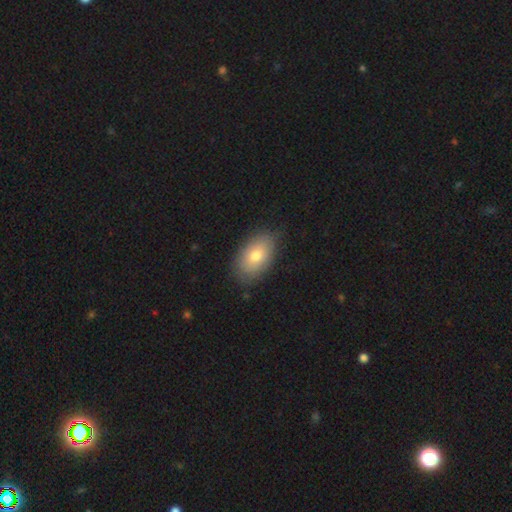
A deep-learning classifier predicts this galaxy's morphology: This appears to be a smooth galaxy with no disk features (74%) that is in between round and cigar-shaped (92%). Merging: none (79%).